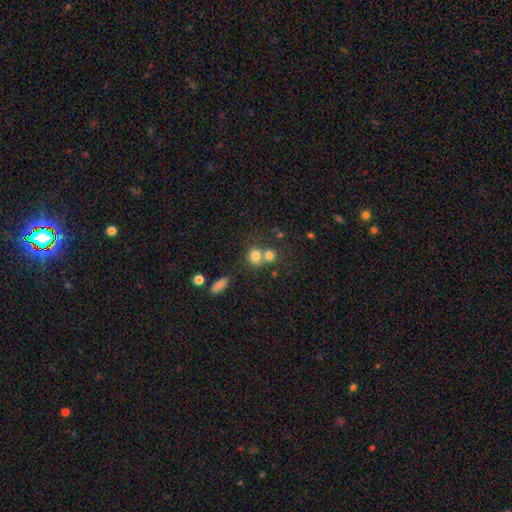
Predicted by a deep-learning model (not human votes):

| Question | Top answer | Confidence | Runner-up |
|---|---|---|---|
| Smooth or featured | smooth | 77% | star or artifact (12%) |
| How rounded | round | 79% | in between (20%) |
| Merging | merger | 45% | none (43%) |